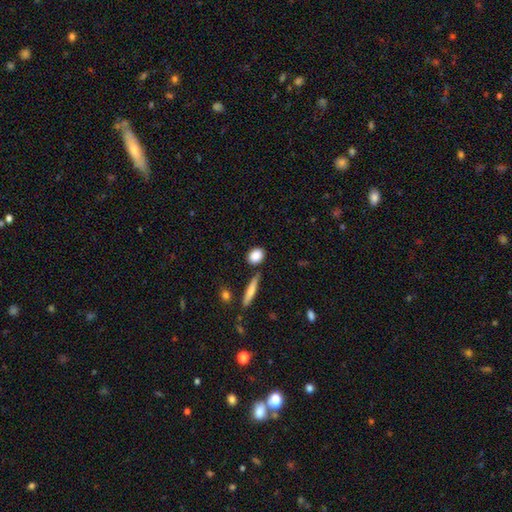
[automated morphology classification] A smooth galaxy with no disk features (86%) that is round (50%). Merging: none (79%).